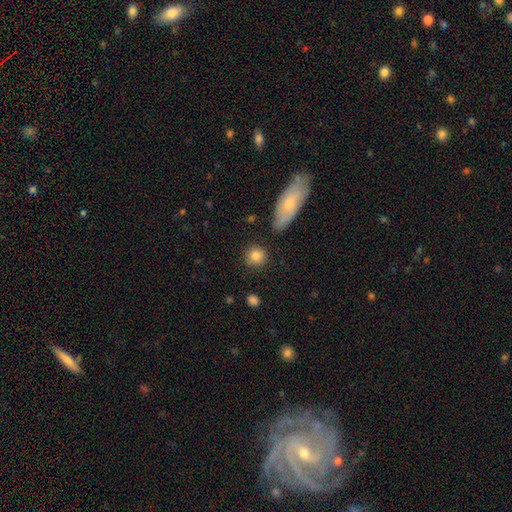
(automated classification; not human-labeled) smooth_or_featured: smooth (p=0.84) [alt: star or artifact p=0.08]
how_rounded: round (p=0.89) [alt: in between p=0.10]
merging: none (p=0.84) [alt: minor disturbance p=0.10]